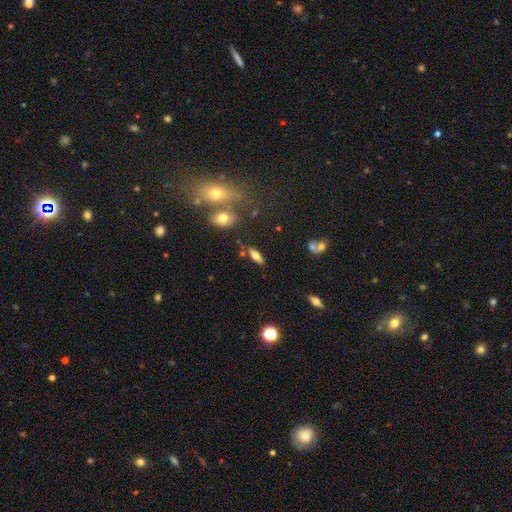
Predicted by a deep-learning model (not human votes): Overall: smooth (62%; featured or disk 28%). How rounded: in between (62%; cigar-shaped 34%). Merging: none (75%).